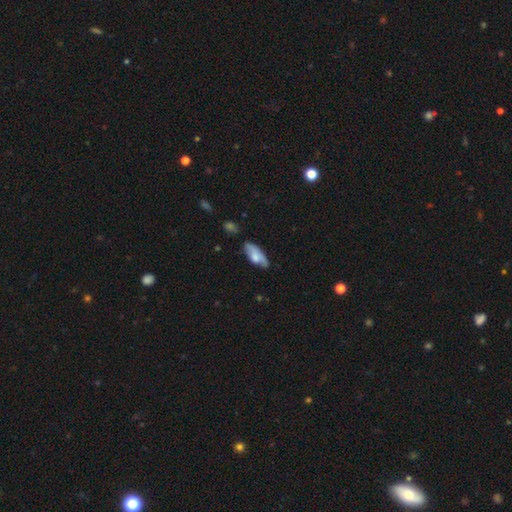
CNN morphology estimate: Smooth or featured?
  - smooth: 65% *
  - featured or disk: 28%
  - star or artifact: 7%
How rounded?
  - in between: 79% *
  - cigar-shaped: 18%
  - round: 2%
Merging?
  - none: 54% *
  - minor disturbance: 34%
  - major disturbance: 10%
  - merger: 3%